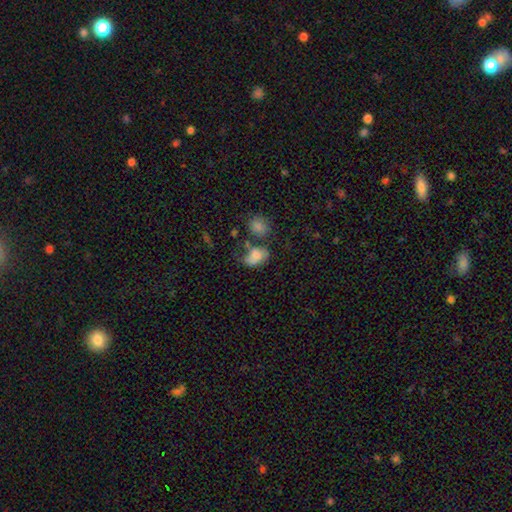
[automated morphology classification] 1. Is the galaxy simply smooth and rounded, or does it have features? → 69% smooth, 20% featured or disk, 11% star or artifact.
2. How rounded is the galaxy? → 78% in between, 20% round, 2% cigar-shaped.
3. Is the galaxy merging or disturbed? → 32% none, 26% merger, 24% minor disturbance, 19% major disturbance.